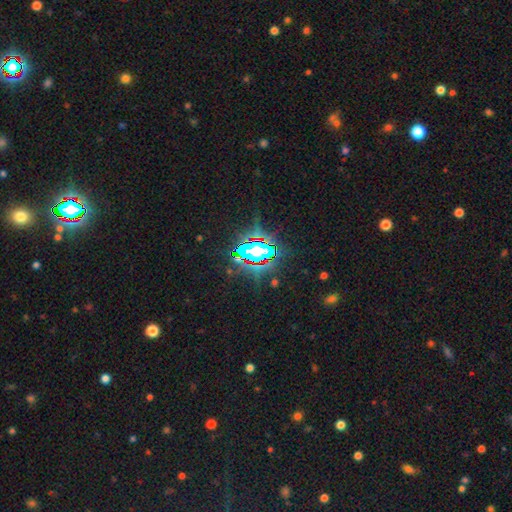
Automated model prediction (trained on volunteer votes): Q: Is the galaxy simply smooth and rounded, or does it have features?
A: star or artifact — 83%.